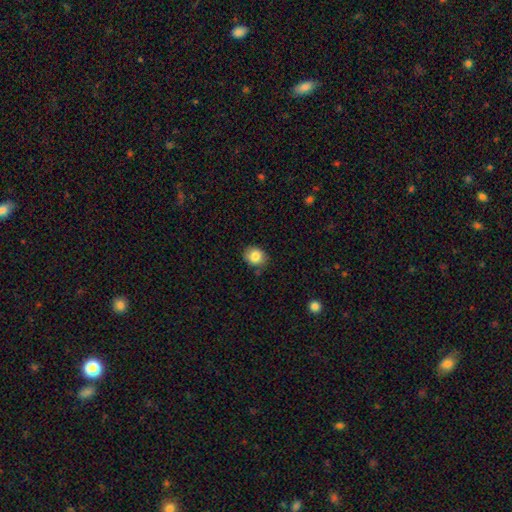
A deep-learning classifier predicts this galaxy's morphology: Smooth or featured?
  - smooth: 86% *
  - star or artifact: 8%
  - featured or disk: 6%
How rounded?
  - round: 61% *
  - in between: 38%
  - cigar-shaped: 1%
Merging?
  - none: 82% *
  - minor disturbance: 14%
  - major disturbance: 3%
  - merger: 2%